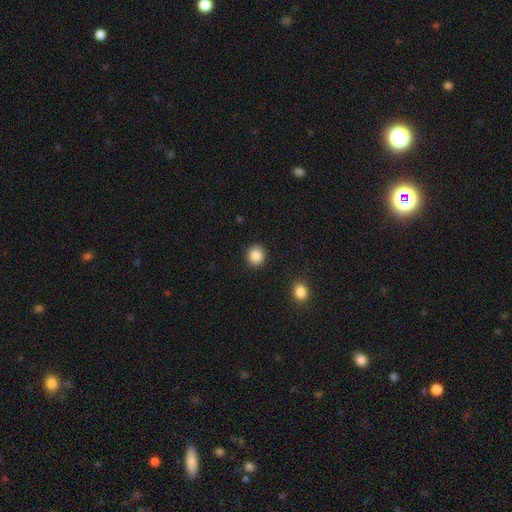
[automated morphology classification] This is clearly a smooth galaxy (86%). How rounded: clearly round (83%). Merging: clearly none (91%).